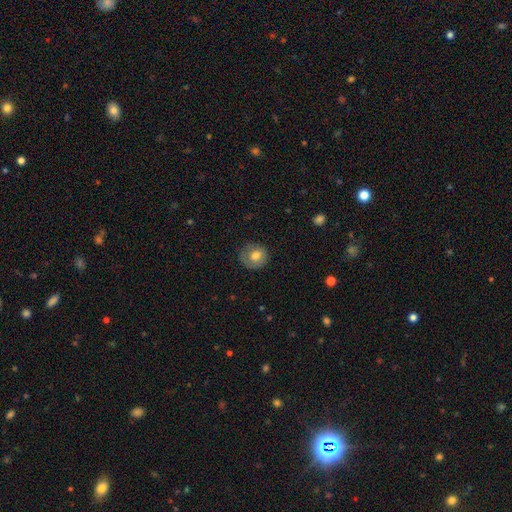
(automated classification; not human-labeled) Smooth or featured?
  - smooth: 70% *
  - featured or disk: 22%
  - star or artifact: 8%
How rounded?
  - round: 85% *
  - in between: 14%
  - cigar-shaped: 1%
Merging?
  - none: 71% *
  - minor disturbance: 21%
  - major disturbance: 7%
  - merger: 1%